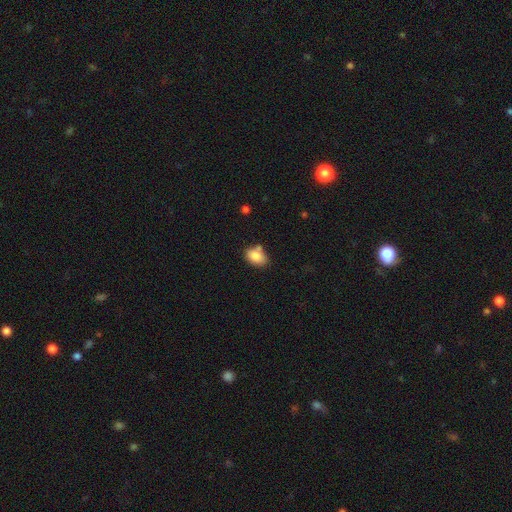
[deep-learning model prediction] Smooth or featured?
  - smooth: 85% *
  - star or artifact: 8%
  - featured or disk: 7%
How rounded?
  - in between: 84% *
  - round: 15%
  - cigar-shaped: 1%
Merging?
  - none: 64% *
  - minor disturbance: 19%
  - merger: 13%
  - major disturbance: 4%